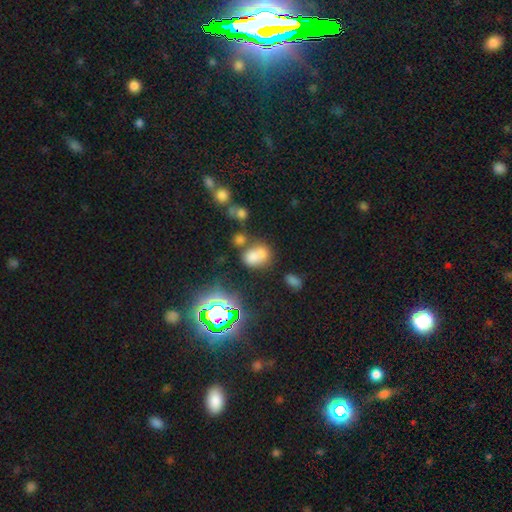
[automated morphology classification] Smooth or featured? smooth (65%)
How rounded? in between (69%)
Merging? none (40%)